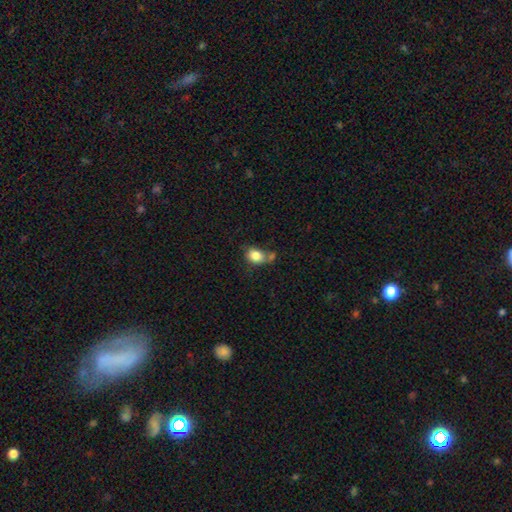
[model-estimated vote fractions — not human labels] Smooth or featured? smooth (83%)
How rounded? in between (56%)
Merging? none (44%)